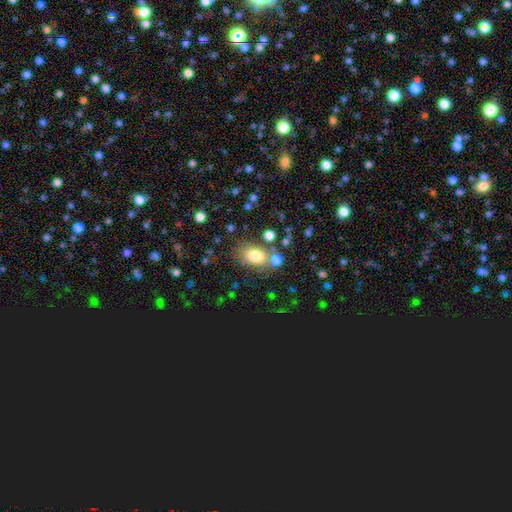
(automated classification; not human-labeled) Smooth or featured: smooth — 76% (star or artifact — 12%)
How rounded: in between — 71% (round — 28%)
Merging: none — 63% (merger — 16%)